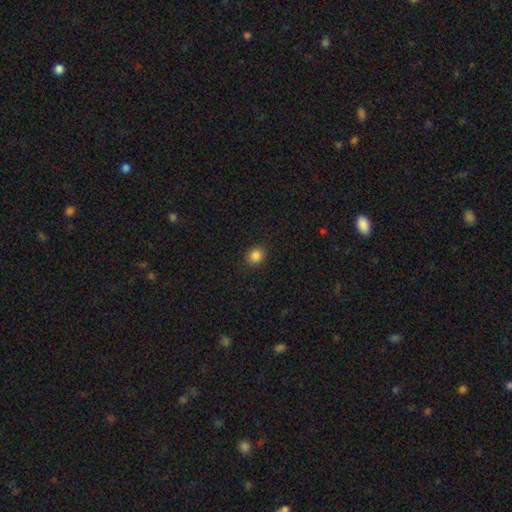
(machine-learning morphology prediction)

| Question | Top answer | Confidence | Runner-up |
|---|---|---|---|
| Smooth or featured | smooth | 85% | star or artifact (11%) |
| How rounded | round | 76% | in between (23%) |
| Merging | none | 89% | minor disturbance (7%) |